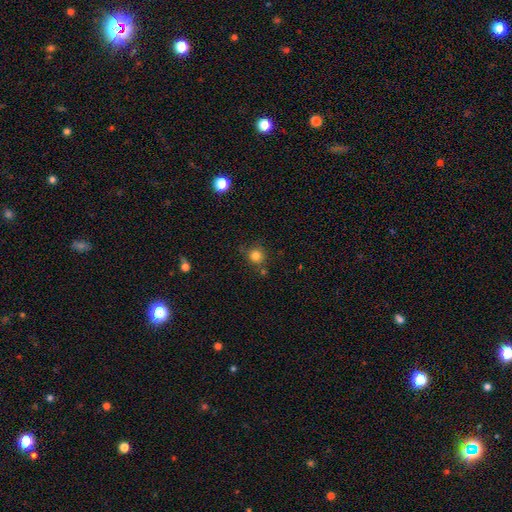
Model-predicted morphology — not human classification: Smooth or featured? Predicted: smooth (p=0.81). How rounded? Predicted: round (p=0.93). Merging? Predicted: none (p=0.78).